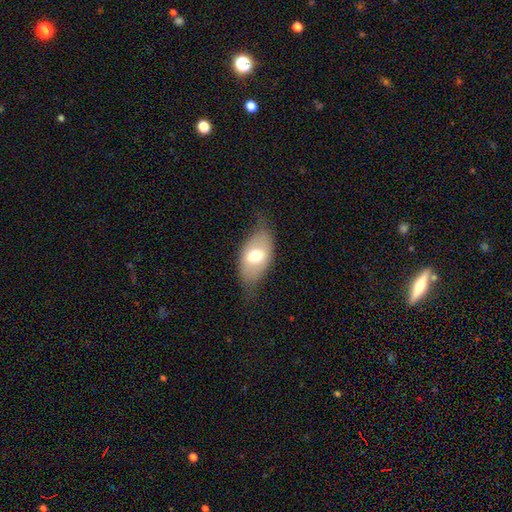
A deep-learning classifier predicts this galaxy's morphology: This is possibly a smooth galaxy (60%). How rounded: clearly in between (89%). Merging: likely none (65%).